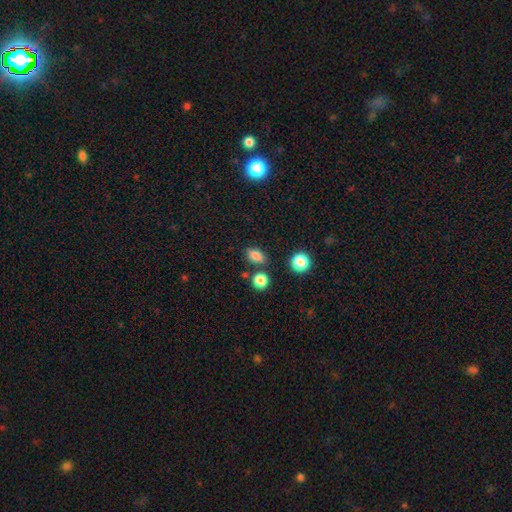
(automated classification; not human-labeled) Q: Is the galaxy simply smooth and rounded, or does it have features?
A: smooth — 82%.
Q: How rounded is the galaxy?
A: in between — 79%.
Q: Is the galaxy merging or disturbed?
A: none — 79%.